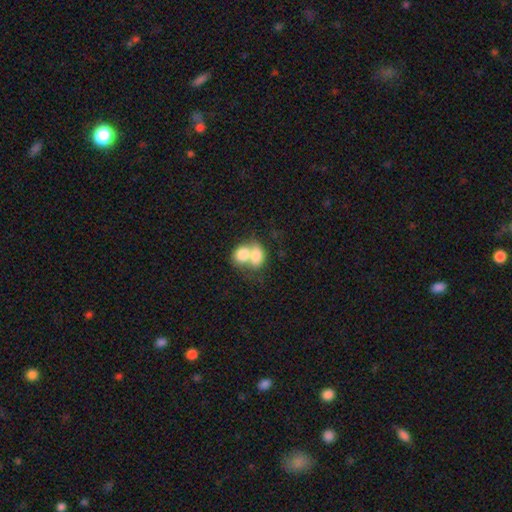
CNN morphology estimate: A smooth galaxy with no disk features (76%) that is in between round and cigar-shaped (61%). Merging: merger (73%).